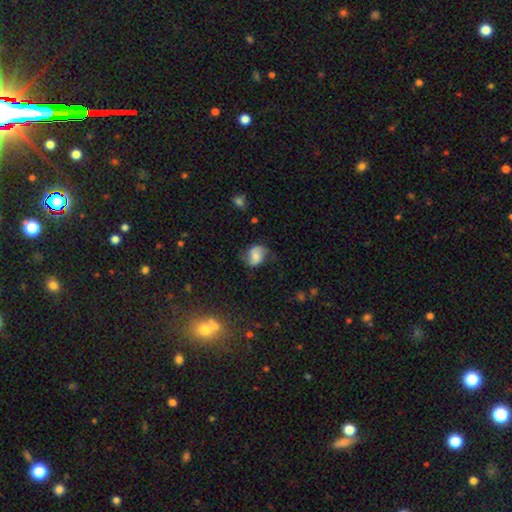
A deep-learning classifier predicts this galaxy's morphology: This appears to be a smooth galaxy with no disk features (45%, tied with featured or disk). Merging: none (63%).